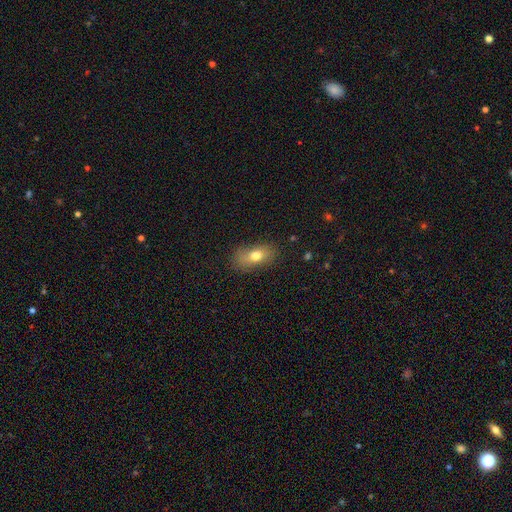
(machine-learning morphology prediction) Smooth or featured: smooth — 76% (featured or disk — 15%)
How rounded: in between — 84% (round — 10%)
Merging: none — 76% (minor disturbance — 17%)